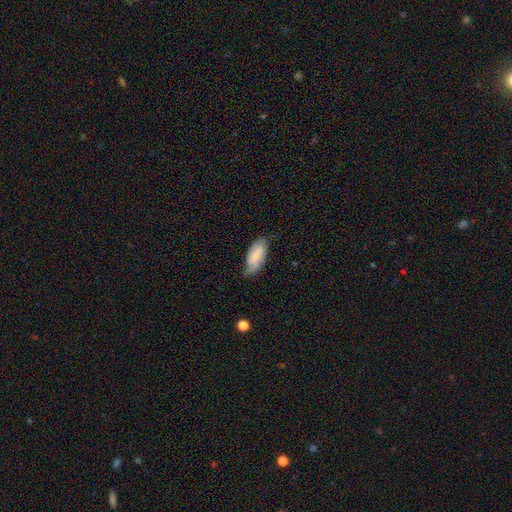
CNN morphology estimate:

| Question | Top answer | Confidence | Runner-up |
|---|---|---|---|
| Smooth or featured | smooth | 68% | featured or disk (26%) |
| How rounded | in between | 87% | cigar-shaped (11%) |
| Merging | none | 64% | minor disturbance (29%) |